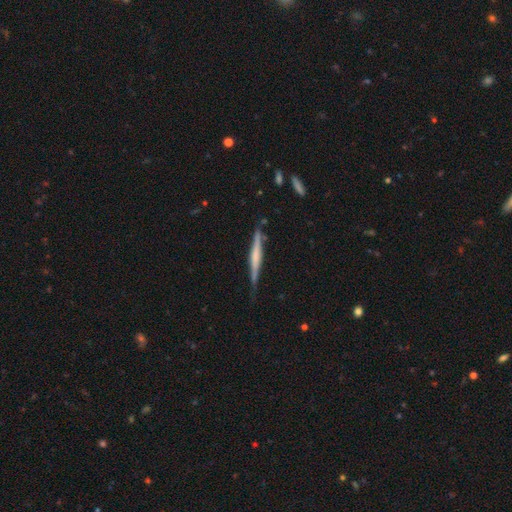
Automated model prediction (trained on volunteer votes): Smooth or featured: featured or disk — 59% (smooth — 36%)
Edge-on disk: yes — 97% (no — 3%)
Edge-on bulge: none — 47% (rounded — 30%)
Merging: none — 76% (minor disturbance — 19%)